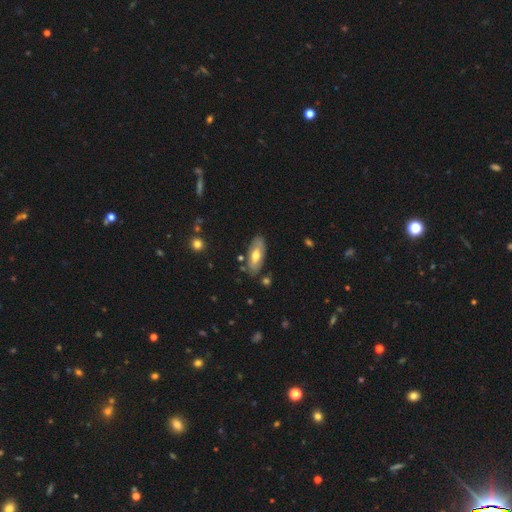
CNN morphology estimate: Smooth or featured? Predicted: smooth (p=0.49). Merging? Predicted: none (p=0.80).